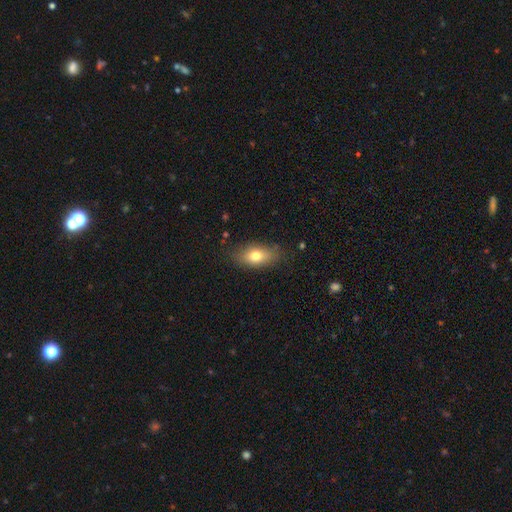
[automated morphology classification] Smooth or featured: smooth — 74% (featured or disk — 18%)
How rounded: in between — 83% (round — 9%)
Merging: none — 80% (minor disturbance — 15%)